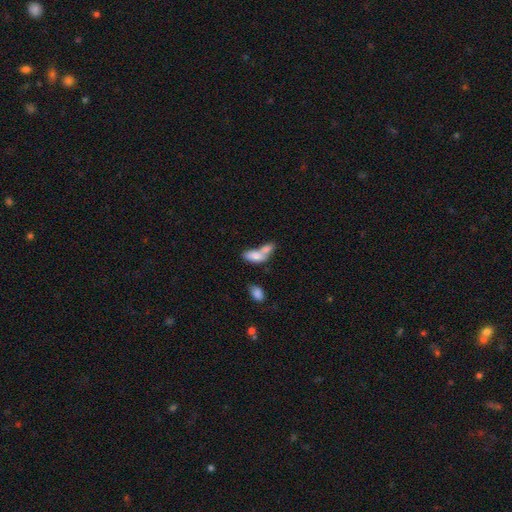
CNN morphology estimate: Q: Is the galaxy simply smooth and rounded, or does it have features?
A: smooth — 79%.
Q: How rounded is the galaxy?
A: in between — 85%.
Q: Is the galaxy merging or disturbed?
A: merger — 68%.